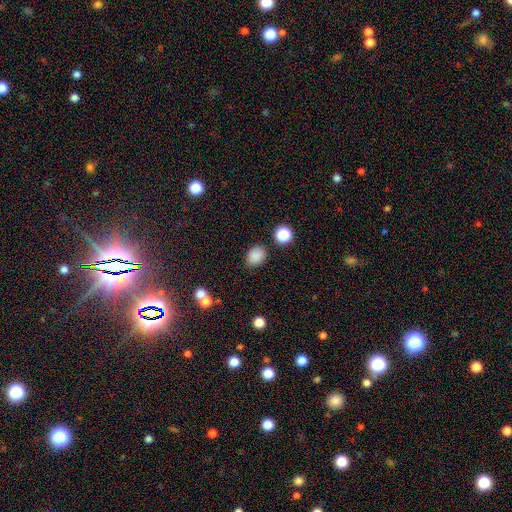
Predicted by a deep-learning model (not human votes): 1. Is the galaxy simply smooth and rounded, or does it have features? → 85% smooth, 11% star or artifact, 4% featured or disk.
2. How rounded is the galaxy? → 67% in between, 32% round, 1% cigar-shaped.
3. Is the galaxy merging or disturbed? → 81% none, 12% minor disturbance, 4% merger, 3% major disturbance.